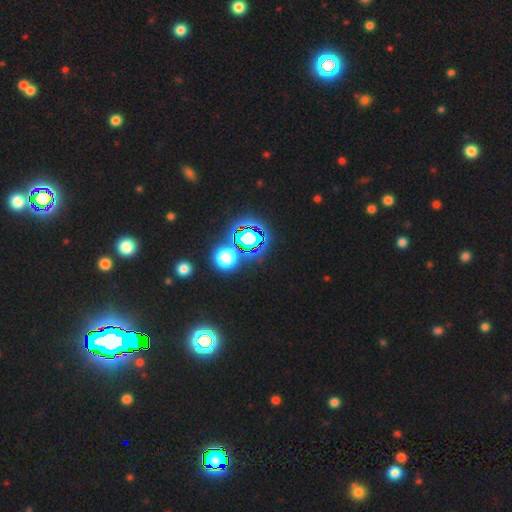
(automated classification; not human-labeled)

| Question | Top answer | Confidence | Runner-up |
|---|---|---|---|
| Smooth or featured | star or artifact | 81% | smooth (13%) |